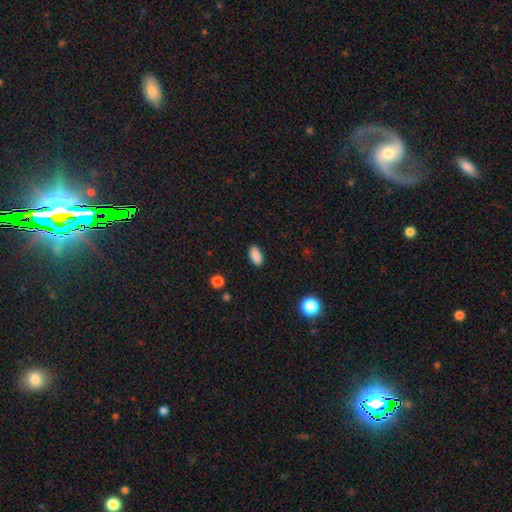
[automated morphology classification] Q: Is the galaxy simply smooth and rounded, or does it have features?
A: smooth — 88%.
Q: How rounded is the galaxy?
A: in between — 93%.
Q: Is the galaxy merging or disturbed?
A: none — 89%.